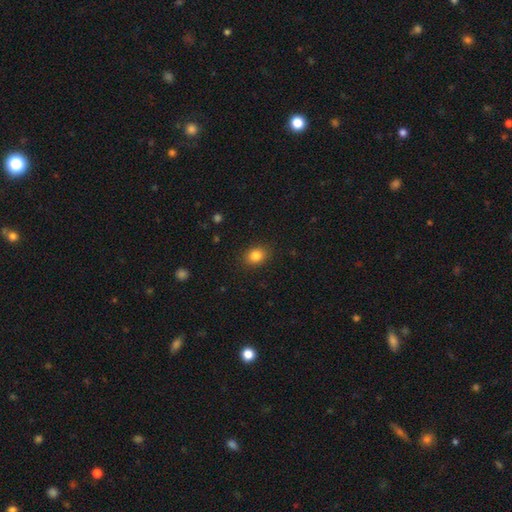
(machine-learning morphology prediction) This appears to be a smooth galaxy with no disk features (84%) that is in between round and cigar-shaped (50%). Merging: none (88%).